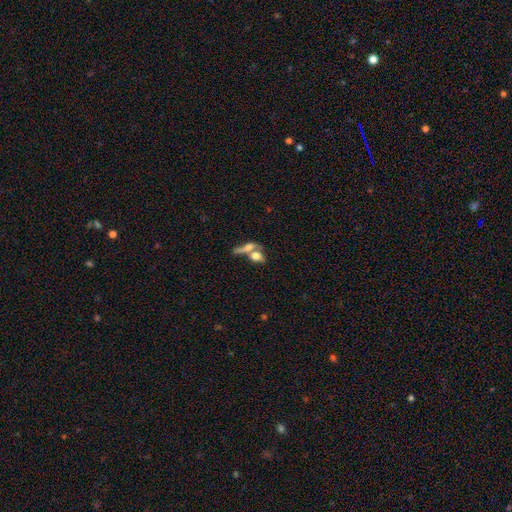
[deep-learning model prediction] Smooth or featured? Predicted: smooth (p=0.60). How rounded? Predicted: in between (p=0.60). Merging? Predicted: merger (p=0.59).